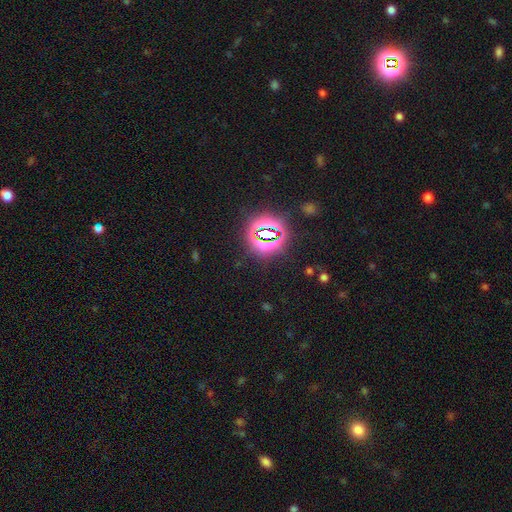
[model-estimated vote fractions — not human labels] A star or artifact, not a galaxy (82%).

Vote fractions:
- Smooth or featured? star or artifact: 82% / smooth: 12% / featured or disk: 7%